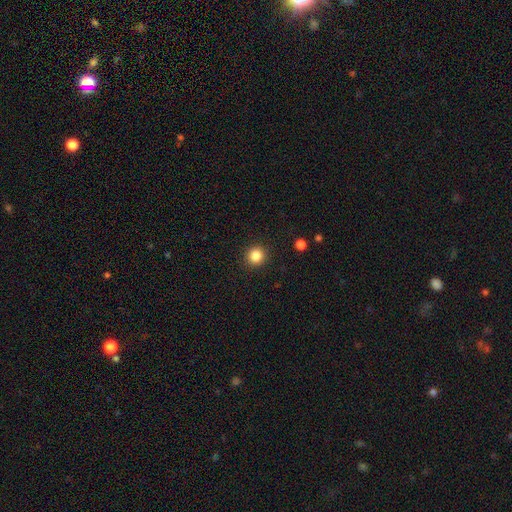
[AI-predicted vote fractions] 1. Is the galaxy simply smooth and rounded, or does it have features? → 85% smooth, 11% star or artifact, 4% featured or disk.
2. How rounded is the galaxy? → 93% round, 6% in between, 1% cigar-shaped.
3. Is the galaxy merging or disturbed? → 92% none, 5% minor disturbance, 2% major disturbance, 1% merger.